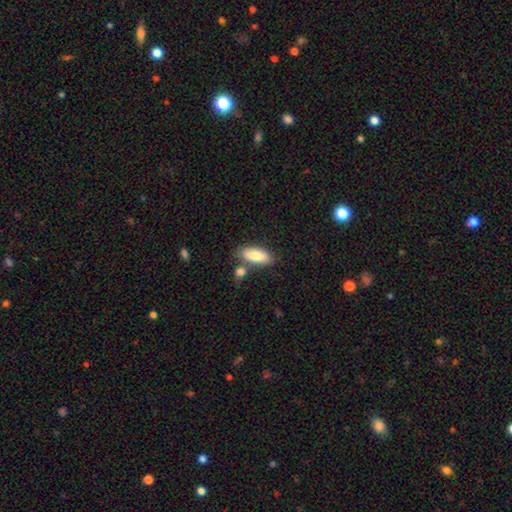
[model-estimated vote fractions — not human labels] This is likely a smooth galaxy (79%). How rounded: likely in between (76%). Merging: likely none (66%).